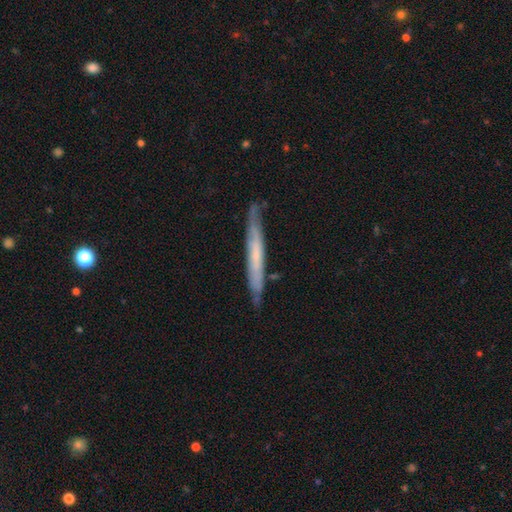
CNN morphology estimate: Smooth or featured: featured or disk — 56% (smooth — 38%)
Edge-on disk: yes — 85% (no — 15%)
Merging: none — 79% (minor disturbance — 16%)